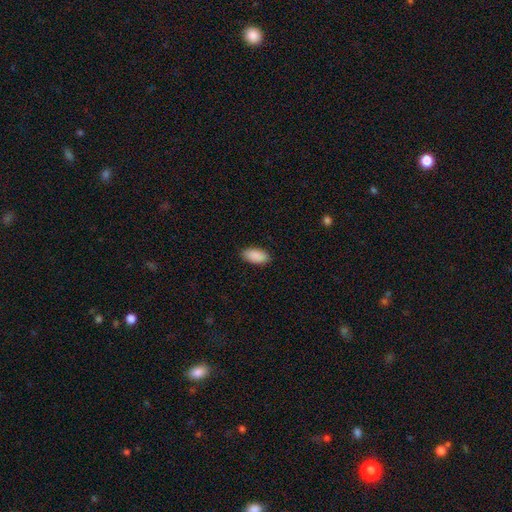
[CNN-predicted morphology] Smooth or featured?
  - smooth: 91% *
  - star or artifact: 6%
  - featured or disk: 3%
How rounded?
  - in between: 94% *
  - cigar-shaped: 4%
  - round: 2%
Merging?
  - none: 88% *
  - minor disturbance: 9%
  - major disturbance: 2%
  - merger: 1%